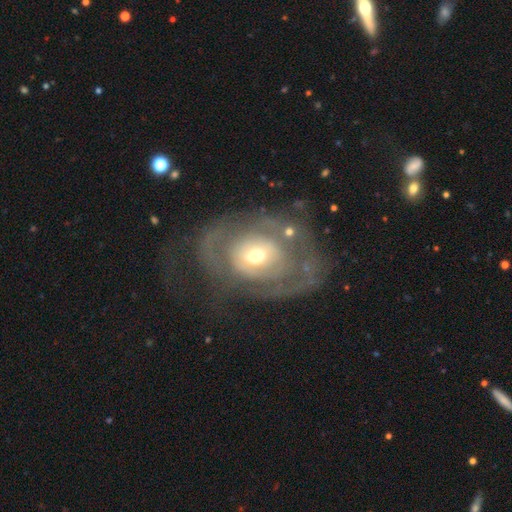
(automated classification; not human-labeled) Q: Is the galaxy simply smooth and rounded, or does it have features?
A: featured or disk — 71%.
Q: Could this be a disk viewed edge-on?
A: no — 95%.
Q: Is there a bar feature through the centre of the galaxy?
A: no — 70%.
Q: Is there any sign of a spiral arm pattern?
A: yes — 59%.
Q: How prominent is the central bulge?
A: moderate — 62%.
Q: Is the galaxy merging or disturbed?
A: none — 46%.